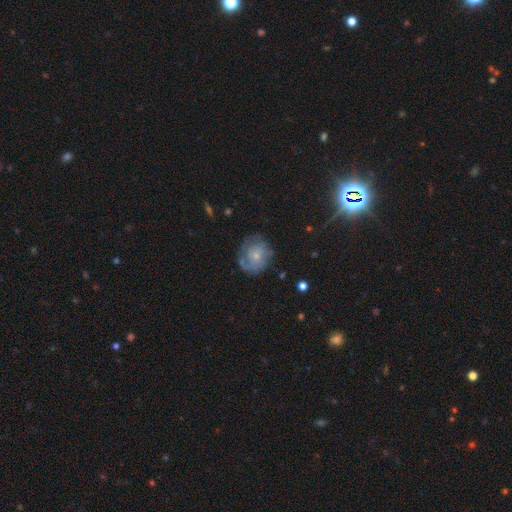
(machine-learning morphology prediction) Smooth or featured: featured or disk — 53% (smooth — 39%)
Edge-on disk: no — 97% (yes — 3%)
Bar: no — 80% (weak — 17%)
Spiral arms: yes — 72% (no — 28%)
Bulge size: small — 65% (moderate — 26%)
Merging: none — 61% (minor disturbance — 23%)